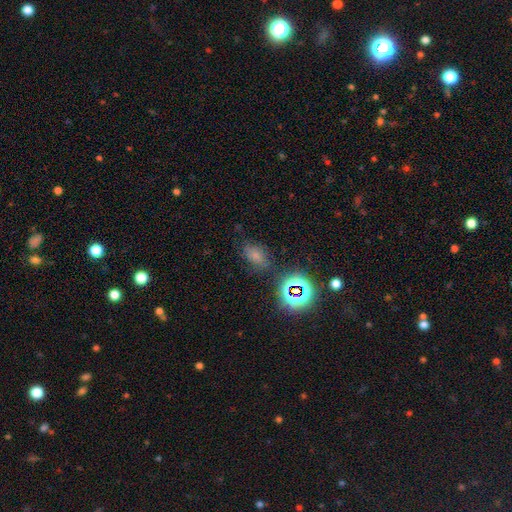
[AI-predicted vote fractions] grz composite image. It shows a smooth galaxy with no disk features (59%) that is in between round and cigar-shaped (80%). Merging: none (70%).